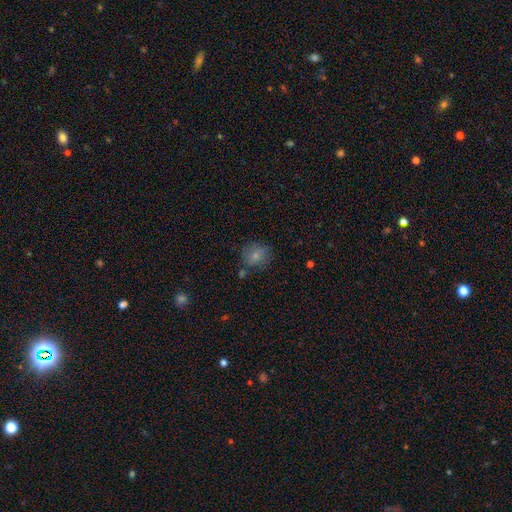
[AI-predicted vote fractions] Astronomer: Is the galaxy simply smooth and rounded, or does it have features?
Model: smooth — 77%.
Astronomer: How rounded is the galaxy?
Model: round — 72%.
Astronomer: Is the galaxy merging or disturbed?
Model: none — 70%.